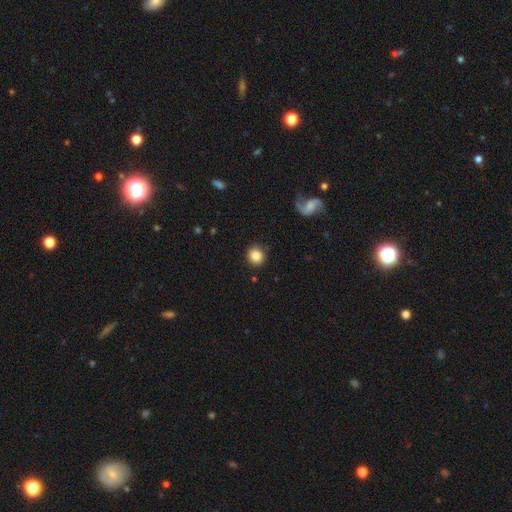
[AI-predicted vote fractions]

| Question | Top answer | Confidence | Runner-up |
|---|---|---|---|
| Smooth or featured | smooth | 84% | star or artifact (9%) |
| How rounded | round | 87% | in between (12%) |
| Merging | none | 87% | minor disturbance (9%) |